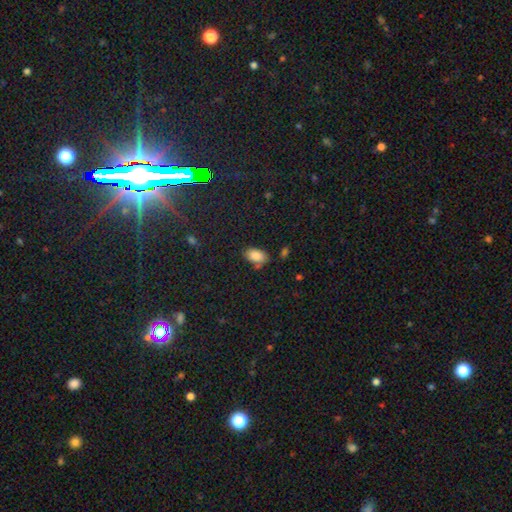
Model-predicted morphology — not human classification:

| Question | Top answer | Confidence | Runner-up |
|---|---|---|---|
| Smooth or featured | smooth | 86% | star or artifact (8%) |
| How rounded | in between | 92% | round (6%) |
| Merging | none | 76% | minor disturbance (14%) |